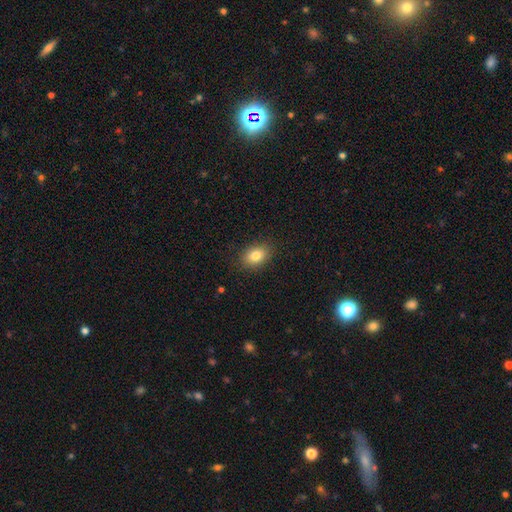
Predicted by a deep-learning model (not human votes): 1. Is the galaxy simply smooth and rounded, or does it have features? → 82% smooth, 9% star or artifact, 9% featured or disk.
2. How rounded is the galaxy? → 78% in between, 20% round, 1% cigar-shaped.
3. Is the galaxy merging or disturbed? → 87% none, 9% minor disturbance, 2% major disturbance, 1% merger.